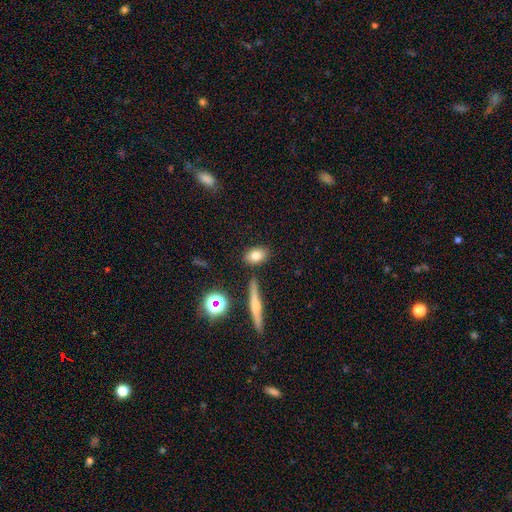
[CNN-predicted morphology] The model was most divided on "how rounded": in between: 79%, round: 17%, cigar-shaped: 4%. More confident: merging — none (83%); smooth or featured — smooth (77%).